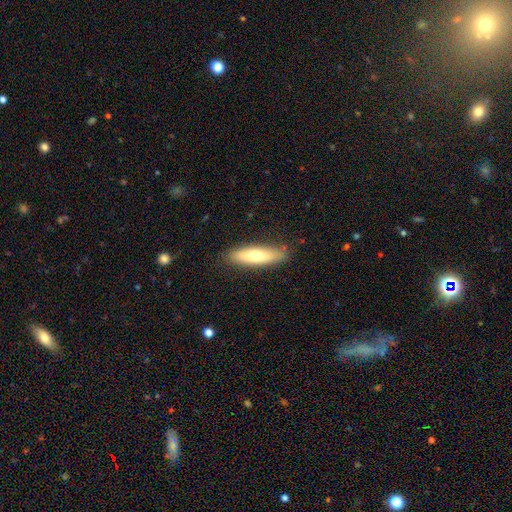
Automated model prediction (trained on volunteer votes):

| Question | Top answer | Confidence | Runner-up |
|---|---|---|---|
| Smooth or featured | smooth | 64% | featured or disk (30%) |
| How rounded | cigar-shaped | 60% | in between (38%) |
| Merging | none | 86% | minor disturbance (11%) |